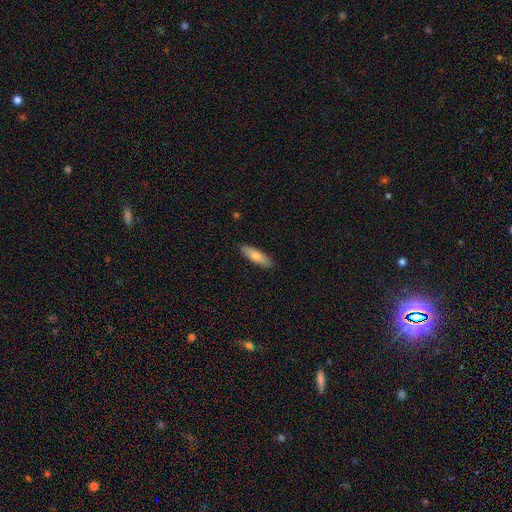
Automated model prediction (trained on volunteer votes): smooth_or_featured: smooth (p=0.81) [alt: featured or disk p=0.14]
how_rounded: cigar-shaped (p=0.50) [alt: in between p=0.48]
merging: none (p=0.88) [alt: minor disturbance p=0.09]